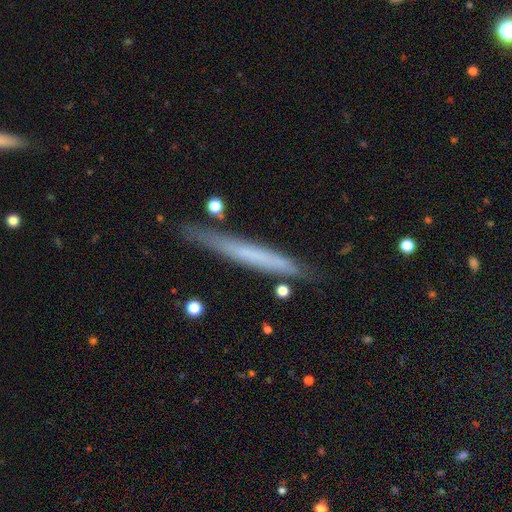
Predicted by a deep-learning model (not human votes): Smooth or featured? smooth (51%)
How rounded? cigar-shaped (96%)
Merging? none (83%)